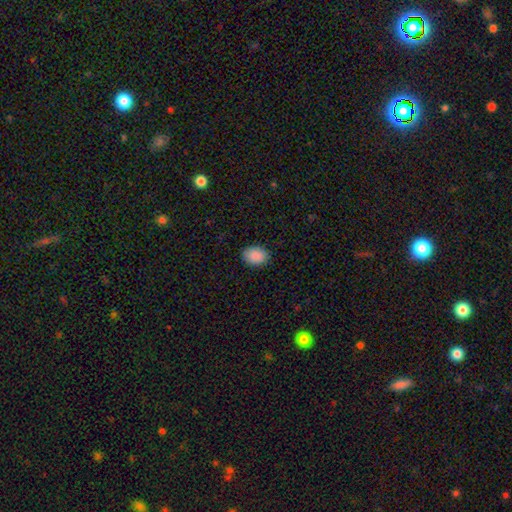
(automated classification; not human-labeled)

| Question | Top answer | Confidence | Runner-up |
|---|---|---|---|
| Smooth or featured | smooth | 90% | star or artifact (7%) |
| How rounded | in between | 70% | round (29%) |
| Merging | none | 87% | minor disturbance (10%) |